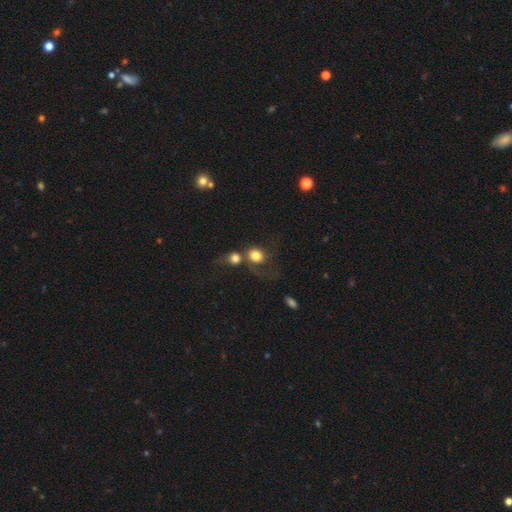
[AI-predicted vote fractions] A smooth galaxy with no disk features (74%) that is round (74%). Merging: merger (52%).